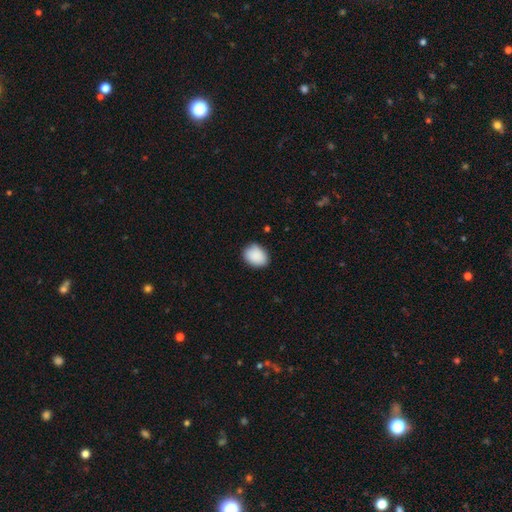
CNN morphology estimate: smooth-or-featured: smooth: 90% | star or artifact: 7% | featured or disk: 3%
  how-rounded: in between: 61% | round: 38% | cigar-shaped: 1%
  merging: none: 82% | minor disturbance: 14% | major disturbance: 3% | merger: 1%